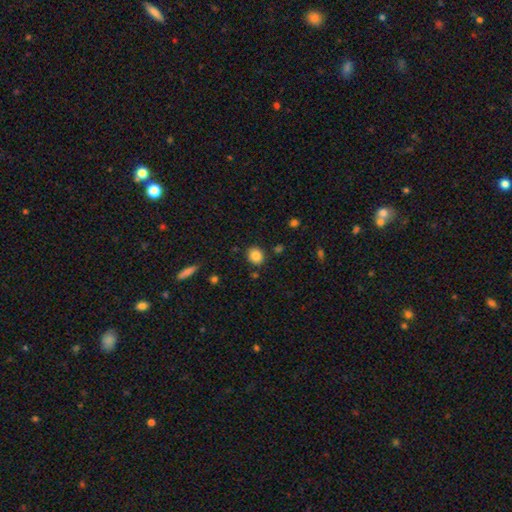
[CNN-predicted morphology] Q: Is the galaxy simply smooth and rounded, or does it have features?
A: smooth — 84%.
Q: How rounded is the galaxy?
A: round — 75%.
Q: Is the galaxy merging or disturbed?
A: none — 86%.